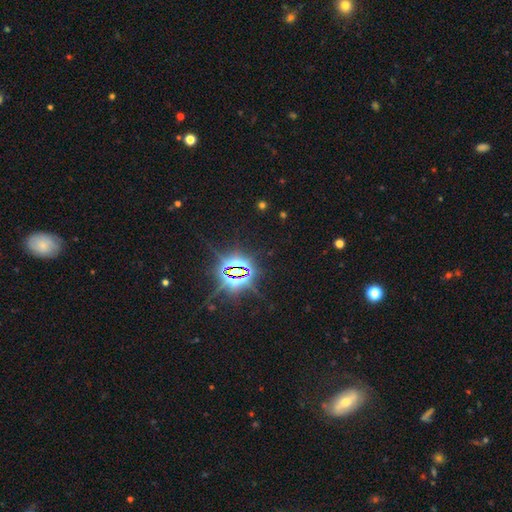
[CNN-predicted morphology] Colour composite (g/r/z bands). It shows a star or artifact, not a galaxy (84%).